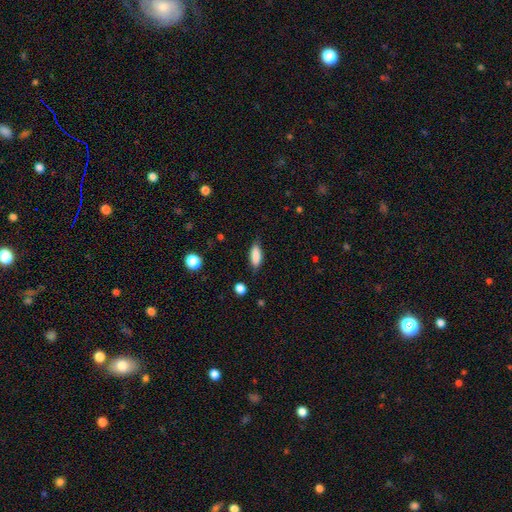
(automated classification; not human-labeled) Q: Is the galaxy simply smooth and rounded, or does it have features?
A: smooth — 85%.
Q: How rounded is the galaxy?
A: in between — 71%.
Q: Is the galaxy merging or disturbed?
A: none — 80%.